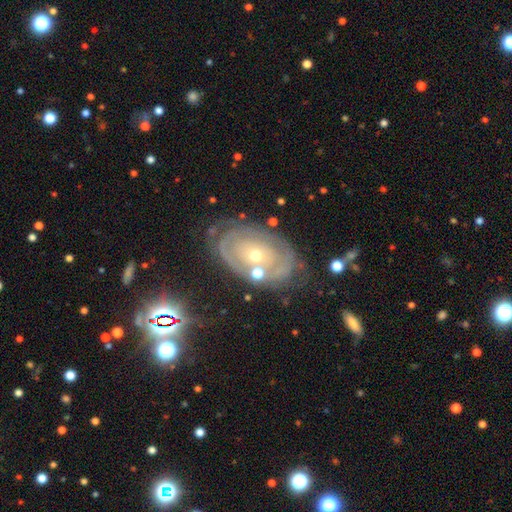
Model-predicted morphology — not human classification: This is likely a featured or disk galaxy (76%). It is clearly not viewed edge-on (95%). Bar: clearly no (86%). Spiral arm pattern: likely yes (62%). Central bulge: possibly small (52%). Merging: likely none (69%).